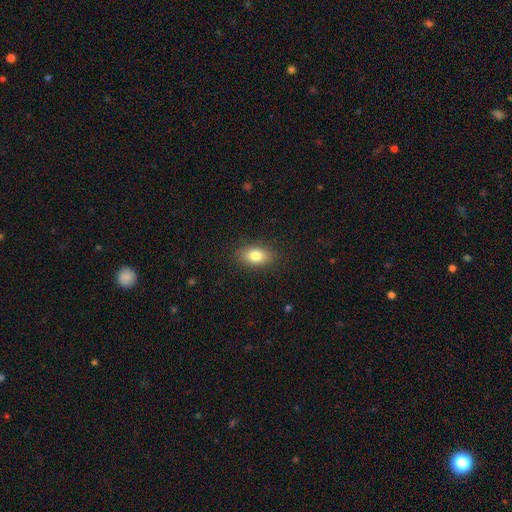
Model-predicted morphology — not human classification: Q: Smooth or featured?
A: smooth (81%); runner-up: featured or disk (11%)
Q: How rounded?
A: in between (85%); runner-up: round (12%)
Q: Merging?
A: none (86%); runner-up: minor disturbance (10%)